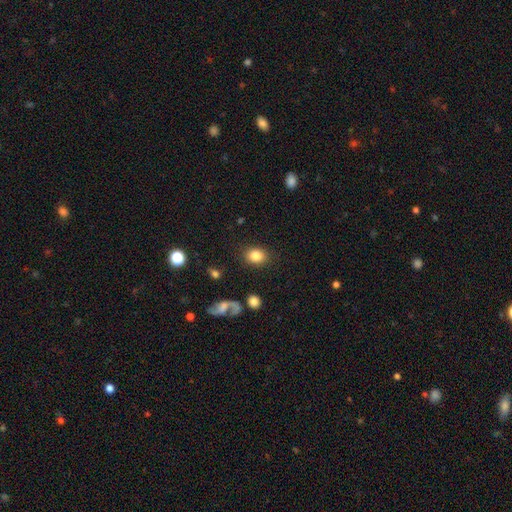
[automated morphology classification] Overall: smooth (83%). How rounded: in between (57%; round 42%). Merging: none (85%).